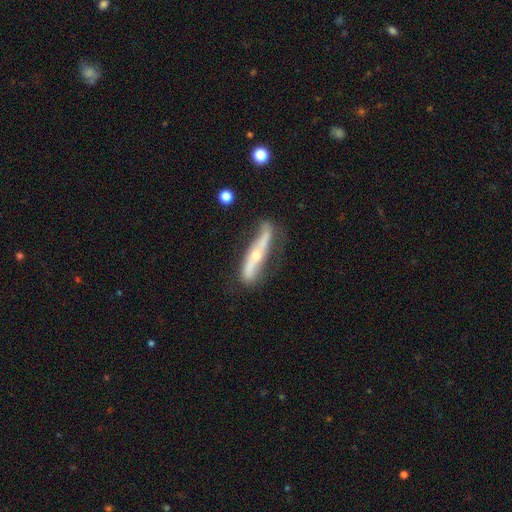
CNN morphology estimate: This appears to be a featured or disk galaxy (74%) viewed edge-on (67%). Merging: none (61%).